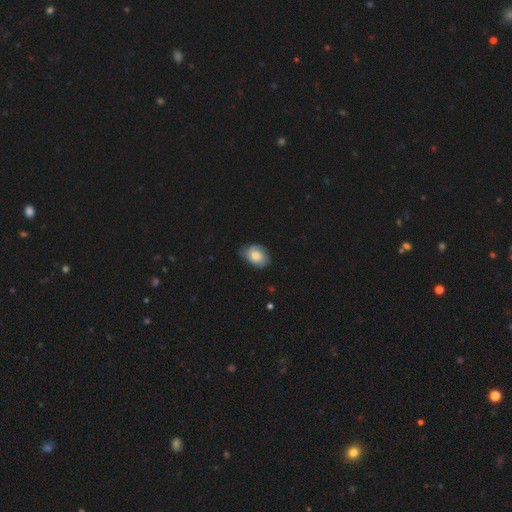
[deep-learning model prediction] Smooth or featured: smooth — 72% (featured or disk — 21%)
How rounded: in between — 71% (round — 28%)
Merging: none — 63% (minor disturbance — 29%)